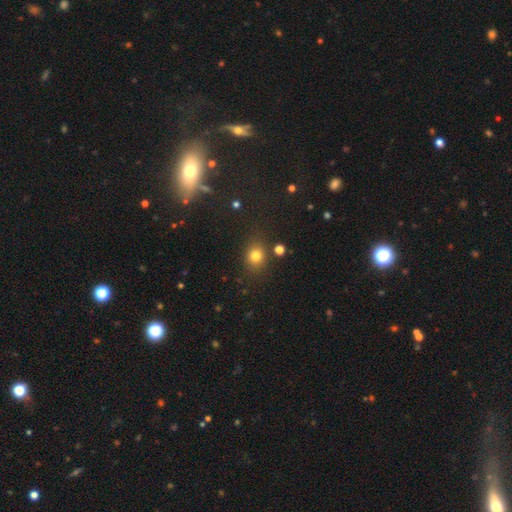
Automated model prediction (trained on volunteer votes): The model was most divided on "how rounded": round: 66%, in between: 33%, cigar-shaped: 1%. More confident: smooth or featured — smooth (79%); merging — none (78%).